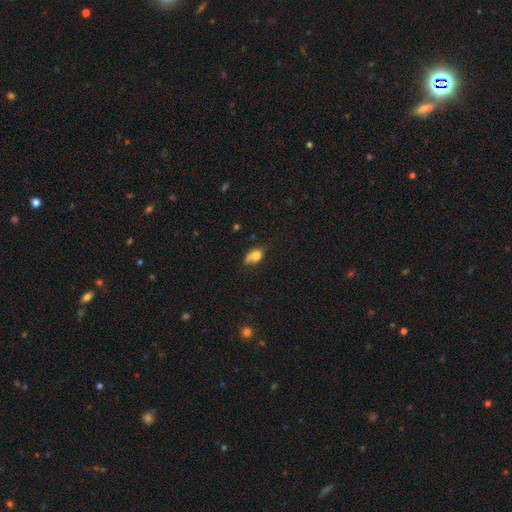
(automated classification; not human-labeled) Smooth or featured? smooth (68%)
How rounded? in between (75%)
Merging? none (39%)